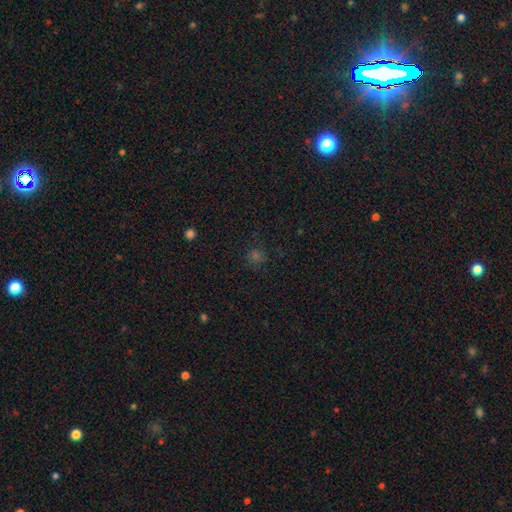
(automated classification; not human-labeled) Smooth or featured?
  - smooth: 51% *
  - star or artifact: 40%
  - featured or disk: 10%
How rounded?
  - round: 91% *
  - in between: 8%
  - cigar-shaped: 1%
Merging?
  - none: 82% *
  - minor disturbance: 11%
  - major disturbance: 5%
  - merger: 2%